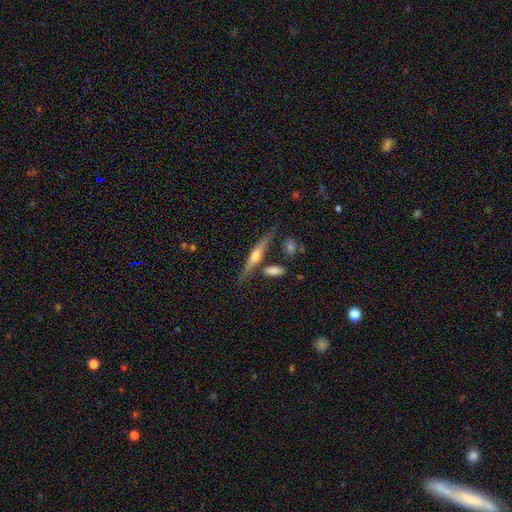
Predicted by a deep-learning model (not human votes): smooth_or_featured: featured or disk (p=0.73) [alt: smooth p=0.21]
disk_edge_on: yes (p=0.96) [alt: no p=0.04]
edge_on_bulge: rounded (p=0.88) [alt: boxy p=0.07]
merging: none (p=0.74) [alt: minor disturbance p=0.13]